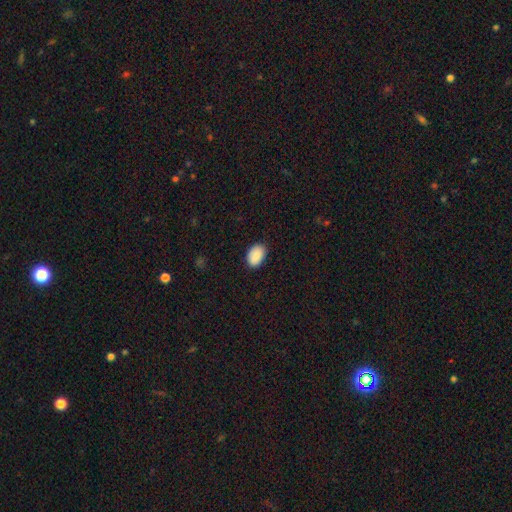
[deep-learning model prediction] A smooth galaxy with no disk features (89%) that is in between round and cigar-shaped (88%).

Vote fractions:
- Smooth or featured? smooth: 89% / star or artifact: 7% / featured or disk: 4%
- How rounded? in between: 88% / round: 11% / cigar-shaped: 1%
- Merging? none: 86% / minor disturbance: 11% / major disturbance: 2% / merger: 1%